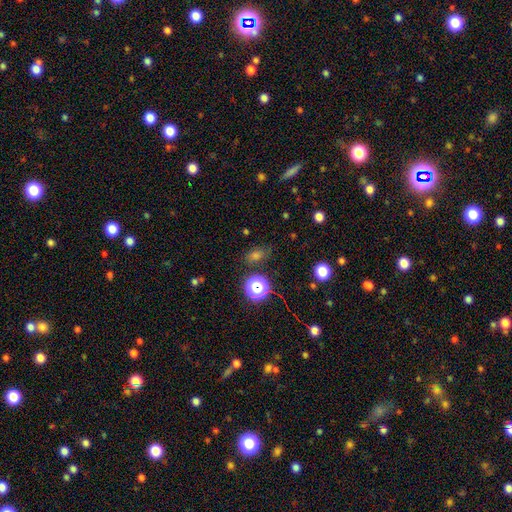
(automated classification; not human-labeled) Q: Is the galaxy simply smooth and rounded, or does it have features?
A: smooth — 53%.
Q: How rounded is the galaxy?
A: in between — 56%.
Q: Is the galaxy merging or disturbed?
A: none — 78%.